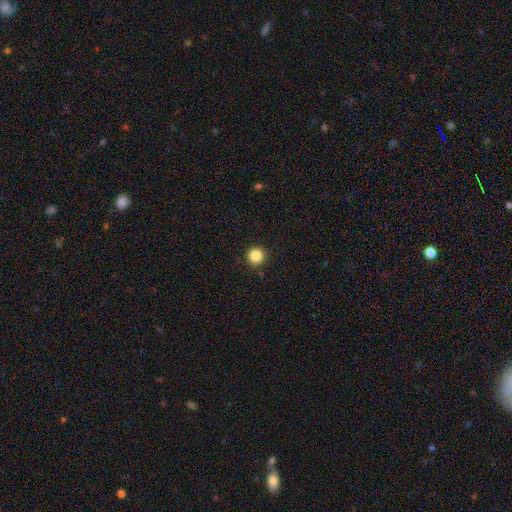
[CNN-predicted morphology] Overall: smooth (86%). How rounded: round (96%). Merging: none (92%).